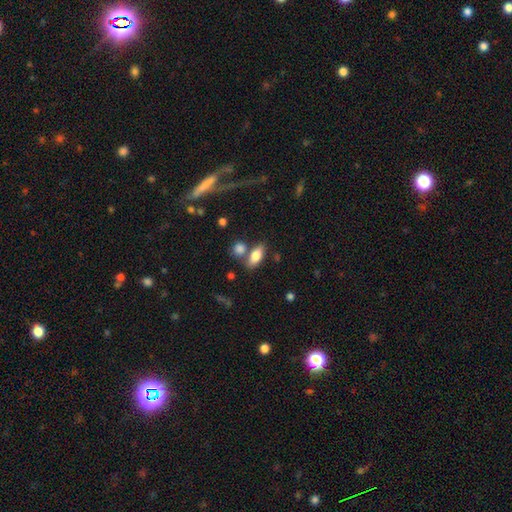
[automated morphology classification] type=smooth (76%); roundness=in between (80%); merging=none (66%).